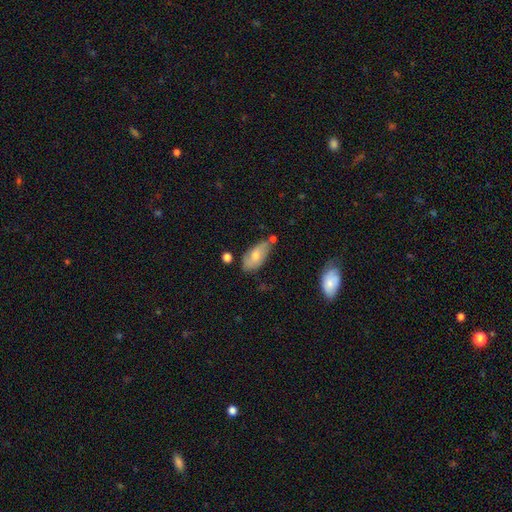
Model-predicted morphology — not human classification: type=smooth (68%); roundness=in between (90%); merging=none (57%).